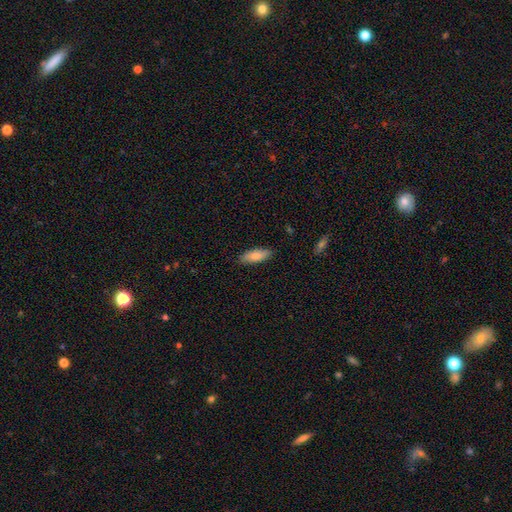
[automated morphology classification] A smooth galaxy with no disk features (82%) that is in between round and cigar-shaped (62%).

Vote fractions:
- Smooth or featured? smooth: 82% / featured or disk: 12% / star or artifact: 6%
- How rounded? in between: 62% / cigar-shaped: 37% / round: 2%
- Merging? none: 86% / minor disturbance: 10% / major disturbance: 2% / merger: 1%